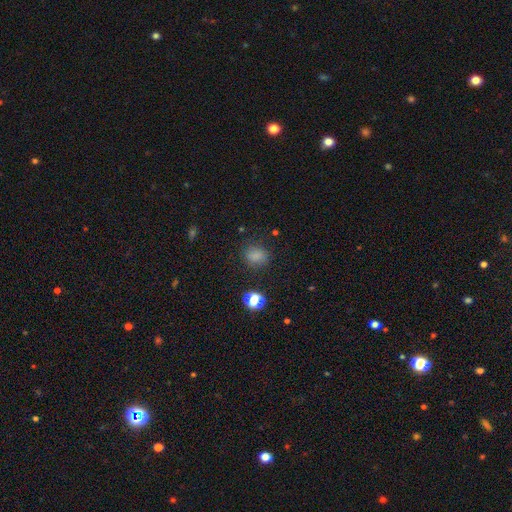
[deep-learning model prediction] smooth-or-featured: smooth: 77% | star or artifact: 17% | featured or disk: 6%
  how-rounded: round: 63% | in between: 36% | cigar-shaped: 1%
  merging: none: 77% | minor disturbance: 15% | major disturbance: 6% | merger: 2%